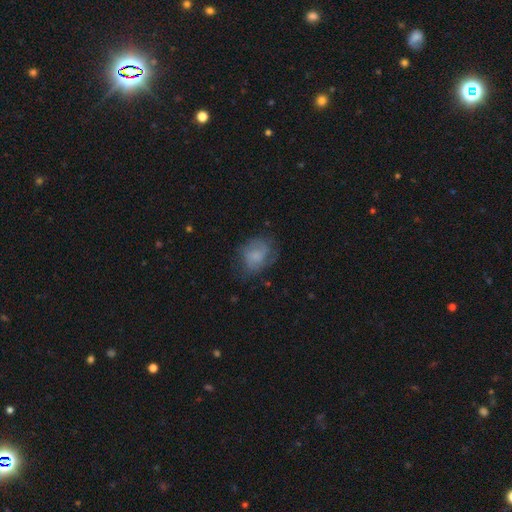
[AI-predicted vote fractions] A smooth galaxy with no disk features (56%) that is in between round and cigar-shaped (55%). Merging: none (57%).